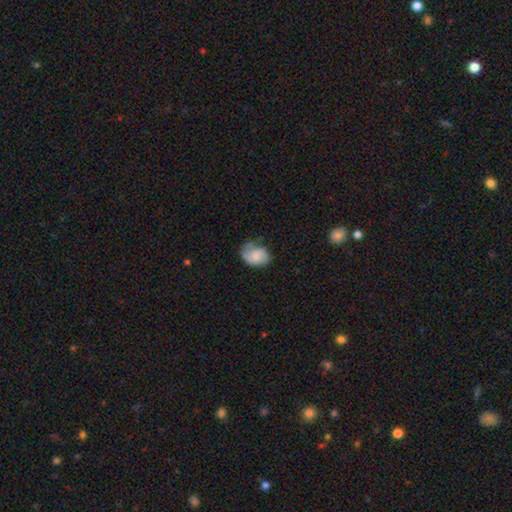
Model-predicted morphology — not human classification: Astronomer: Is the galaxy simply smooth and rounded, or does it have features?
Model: smooth — 64%.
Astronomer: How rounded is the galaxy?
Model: in between — 71%.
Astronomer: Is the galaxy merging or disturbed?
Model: none — 47% (runner-up: minor disturbance, 34%).